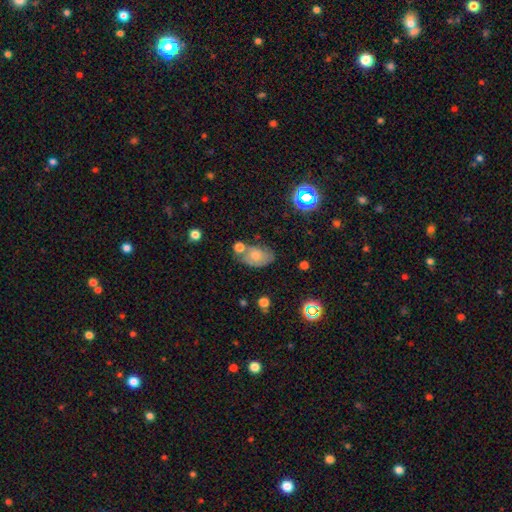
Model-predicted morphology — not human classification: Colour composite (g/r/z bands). It shows a smooth galaxy with no disk features (69%) that is in between round and cigar-shaped (85%). Merging: none (45%).